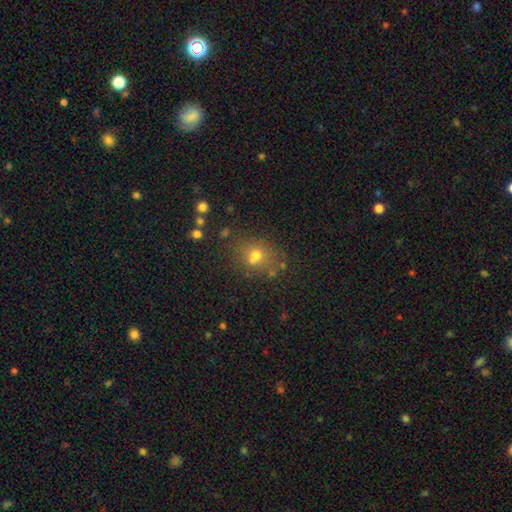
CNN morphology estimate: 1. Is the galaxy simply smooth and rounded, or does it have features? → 63% smooth, 19% star or artifact, 17% featured or disk.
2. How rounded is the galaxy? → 58% round, 40% in between, 1% cigar-shaped.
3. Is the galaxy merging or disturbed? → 57% none, 19% merger, 16% minor disturbance, 8% major disturbance.